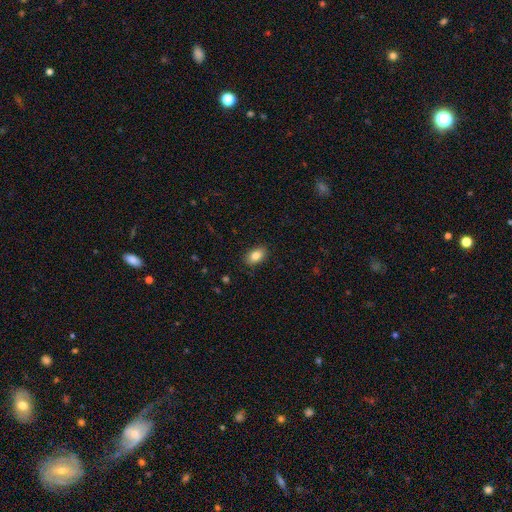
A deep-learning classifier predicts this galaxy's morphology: A smooth galaxy with no disk features (84%) that is in between round and cigar-shaped (88%). Merging: none (89%).